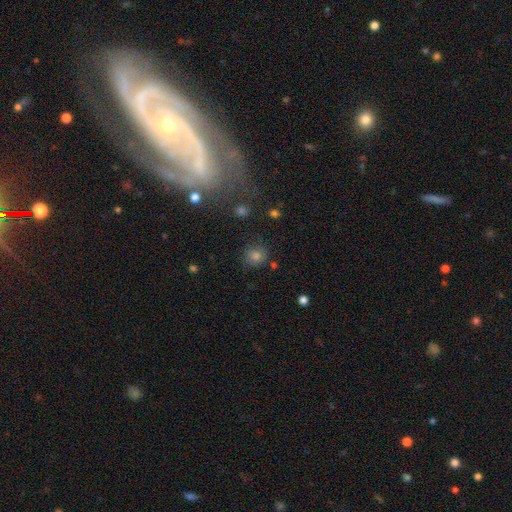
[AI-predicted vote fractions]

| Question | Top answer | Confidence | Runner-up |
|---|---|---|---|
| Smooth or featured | smooth | 72% | star or artifact (19%) |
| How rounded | round | 85% | in between (14%) |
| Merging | none | 81% | minor disturbance (11%) |